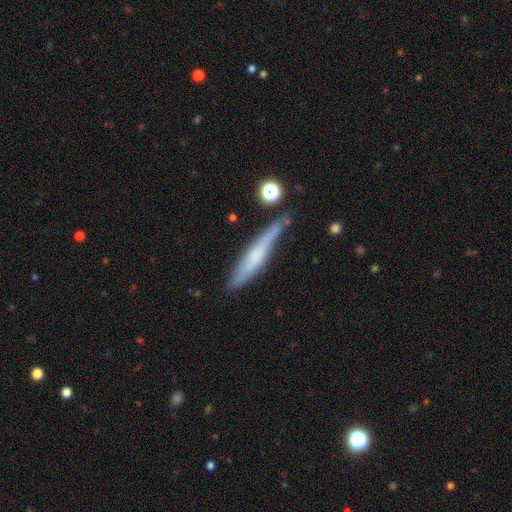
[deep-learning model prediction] Smooth or featured: smooth — 50% (featured or disk — 42%)
How rounded: cigar-shaped — 91% (in between — 8%)
Merging: none — 65% (minor disturbance — 24%)